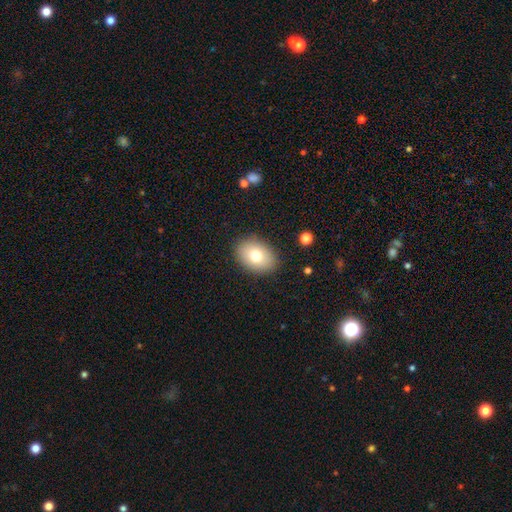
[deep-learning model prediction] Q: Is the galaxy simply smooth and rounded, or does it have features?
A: smooth — 77%.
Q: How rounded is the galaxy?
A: in between — 79%.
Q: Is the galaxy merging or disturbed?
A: none — 87%.